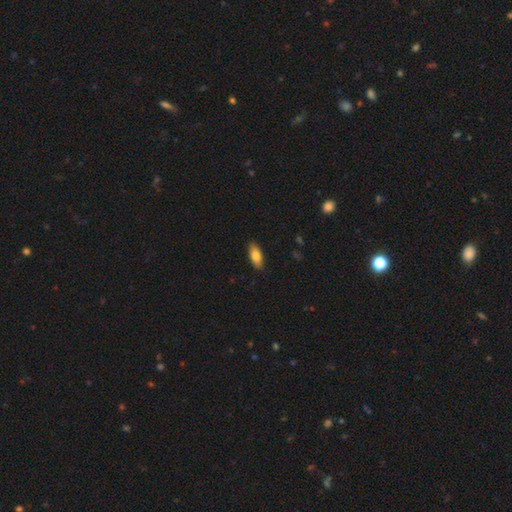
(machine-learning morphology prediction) Smooth or featured?
  - smooth: 81% *
  - featured or disk: 13%
  - star or artifact: 7%
How rounded?
  - in between: 84% *
  - cigar-shaped: 14%
  - round: 2%
Merging?
  - none: 87% *
  - minor disturbance: 10%
  - major disturbance: 2%
  - merger: 1%